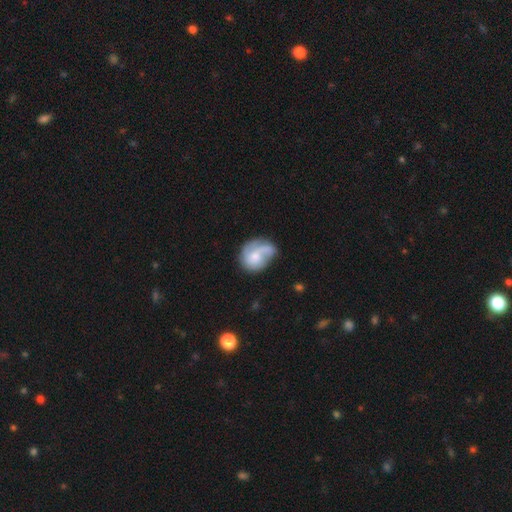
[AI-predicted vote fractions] Morphology: type=featured or disk (50%); merging=none (36%).